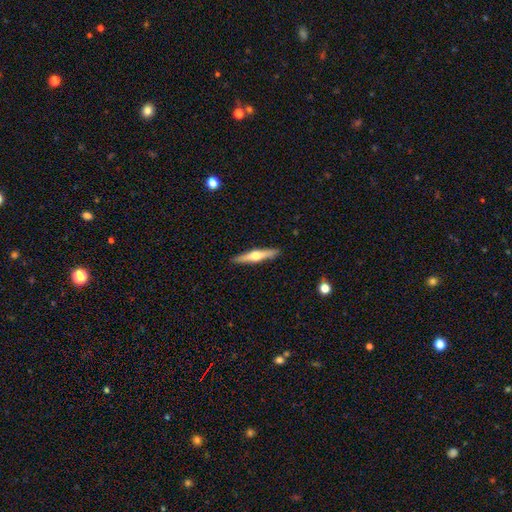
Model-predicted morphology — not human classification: A featured or disk galaxy (62%) viewed edge-on (97%) with a rounded central bulge (93%). Merging: none (91%).